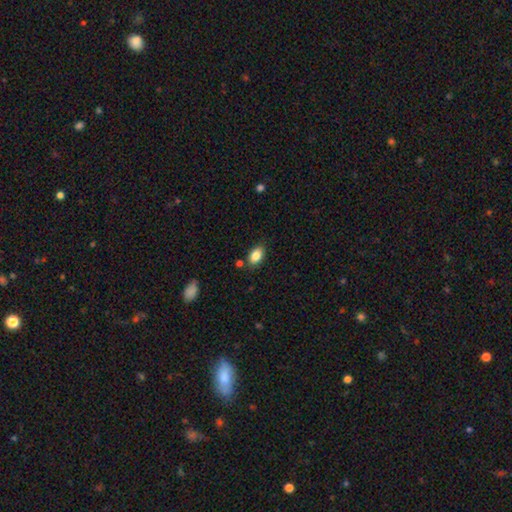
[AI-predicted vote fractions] This is clearly a smooth galaxy (86%). How rounded: clearly in between (88%). Merging: clearly none (81%).